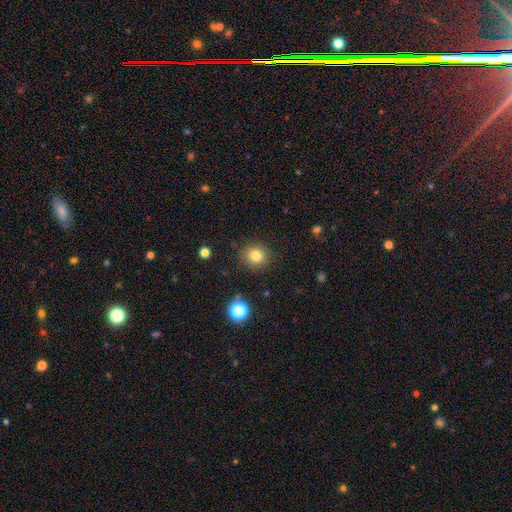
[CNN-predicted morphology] A smooth galaxy with no disk features (81%) that is round (89%). Merging: none (88%).